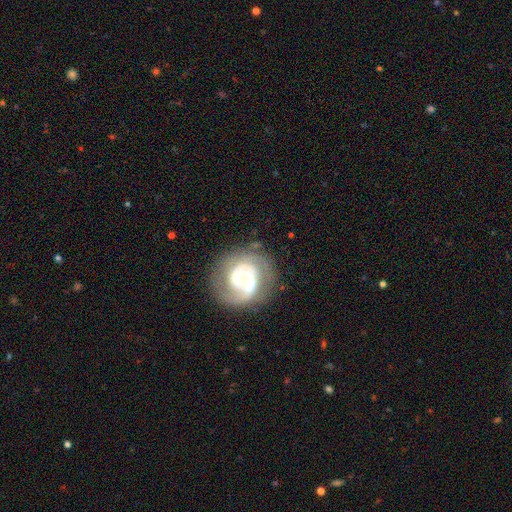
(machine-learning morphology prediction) Overall: featured or disk (82%). Edge-on disk: no (98%). Bar: weak (48%; strong 26%). Spiral arms: yes (92%). Spiral arm count: 2 (61%). Spiral winding: medium (42%, tied with tight). Bulge size: small (50%; moderate 30%). Merging: none (68%).